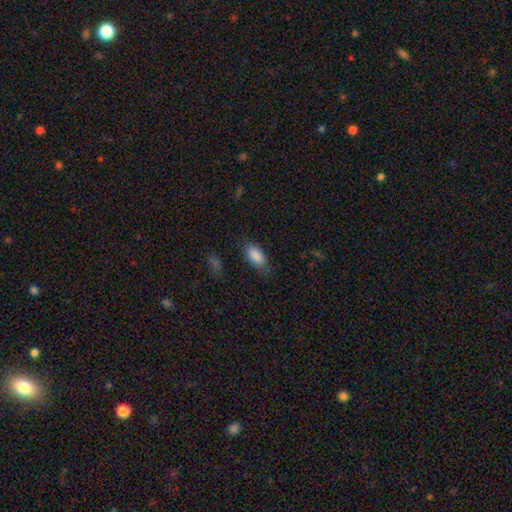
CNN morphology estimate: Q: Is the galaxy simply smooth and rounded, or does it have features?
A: smooth — 87%.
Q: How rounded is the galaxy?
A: in between — 90%.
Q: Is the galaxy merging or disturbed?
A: none — 76%.